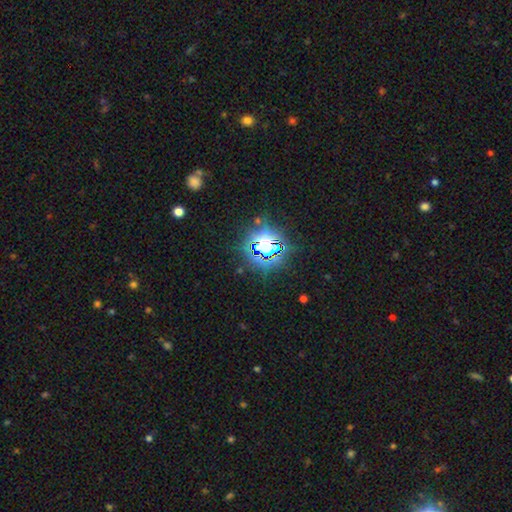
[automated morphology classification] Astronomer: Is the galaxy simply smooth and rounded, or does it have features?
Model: star or artifact — 80%.